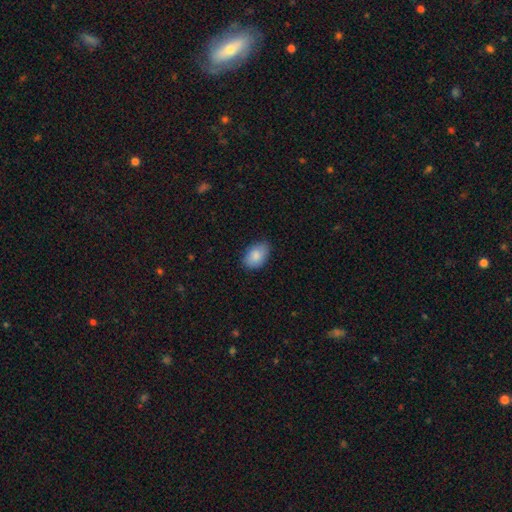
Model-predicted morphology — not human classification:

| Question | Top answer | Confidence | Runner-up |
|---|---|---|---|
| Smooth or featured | smooth | 86% | featured or disk (7%) |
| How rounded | in between | 87% | round (12%) |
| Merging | none | 78% | minor disturbance (18%) |